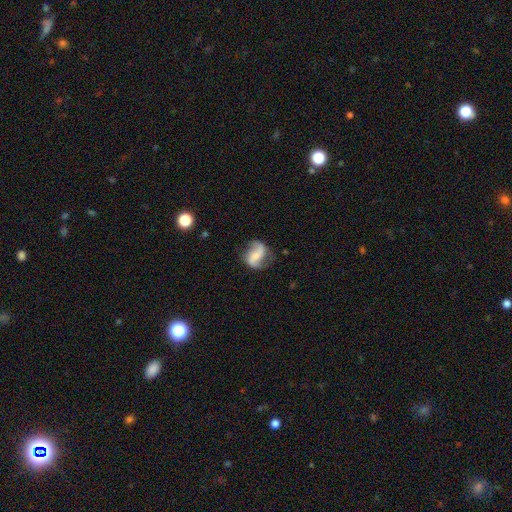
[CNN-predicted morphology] This is likely a featured or disk galaxy (77%). It is clearly not viewed edge-on (97%). Bar: marginally strong (35%, tied with weak). Spiral arm pattern: clearly yes (93%). Spiral arm count: clearly 2 (90%). Spiral winding: likely loose (62%). Central bulge: possibly small (45%). Merging: likely none (71%).